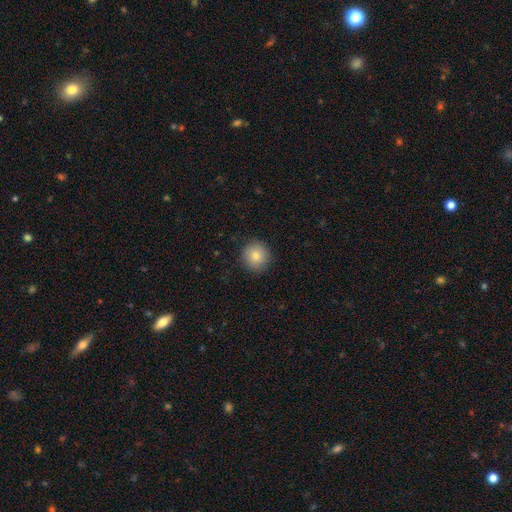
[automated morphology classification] Smooth or featured?
  - smooth: 82% *
  - featured or disk: 9%
  - star or artifact: 9%
How rounded?
  - round: 93% *
  - in between: 6%
  - cigar-shaped: 1%
Merging?
  - none: 89% *
  - minor disturbance: 8%
  - major disturbance: 2%
  - merger: 1%